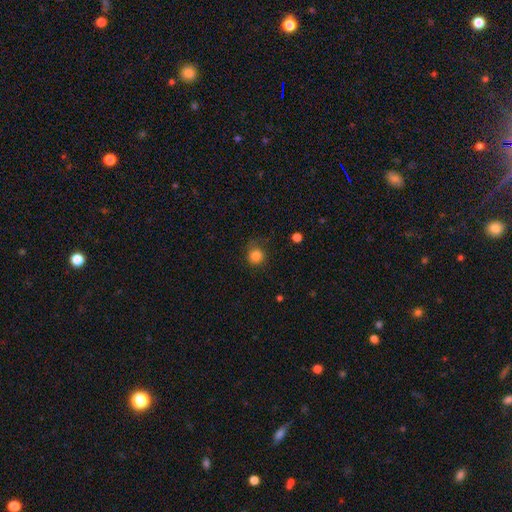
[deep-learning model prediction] Morphology: type=smooth (84%); roundness=round (87%); merging=none (68%).